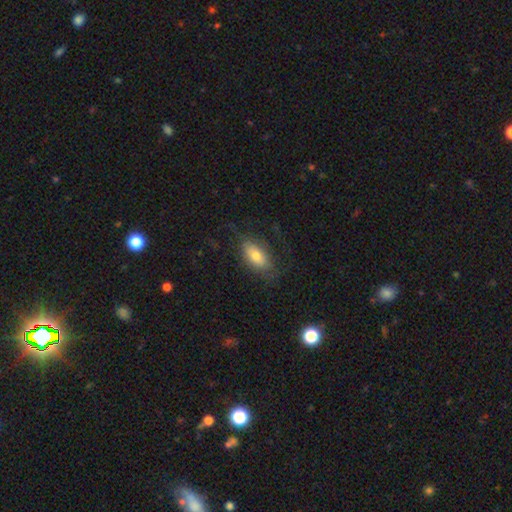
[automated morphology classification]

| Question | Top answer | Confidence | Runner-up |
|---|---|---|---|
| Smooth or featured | smooth | 62% | featured or disk (30%) |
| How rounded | in between | 88% | cigar-shaped (8%) |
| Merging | none | 63% | minor disturbance (19%) |